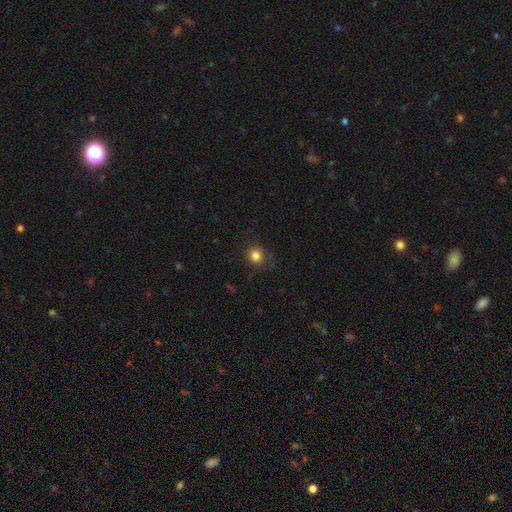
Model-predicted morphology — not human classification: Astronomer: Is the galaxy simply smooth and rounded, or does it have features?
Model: smooth — 83%.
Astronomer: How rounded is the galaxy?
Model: round — 86%.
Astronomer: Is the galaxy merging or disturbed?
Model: none — 83%.